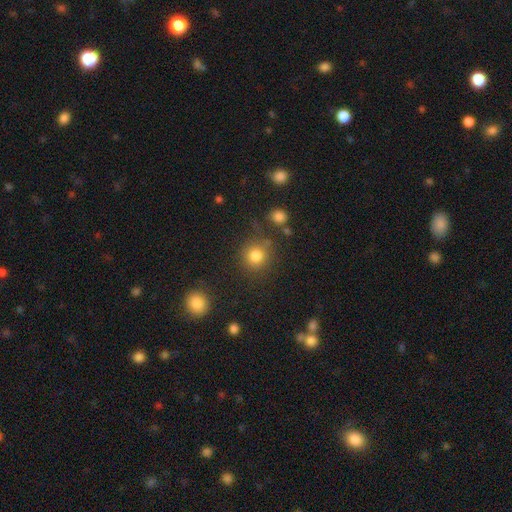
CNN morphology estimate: Smooth or featured? Predicted: smooth (p=0.80). How rounded? Predicted: round (p=0.90). Merging? Predicted: none (p=0.79).